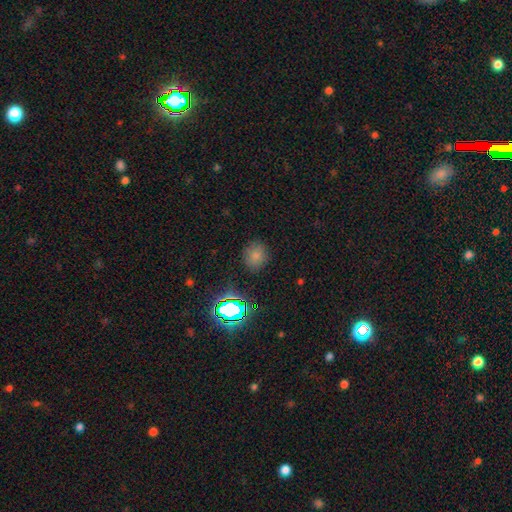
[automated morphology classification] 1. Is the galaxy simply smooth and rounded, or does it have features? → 73% smooth, 20% star or artifact, 7% featured or disk.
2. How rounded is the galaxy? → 77% round, 22% in between, 1% cigar-shaped.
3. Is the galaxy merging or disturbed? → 84% none, 11% minor disturbance, 3% major disturbance, 2% merger.